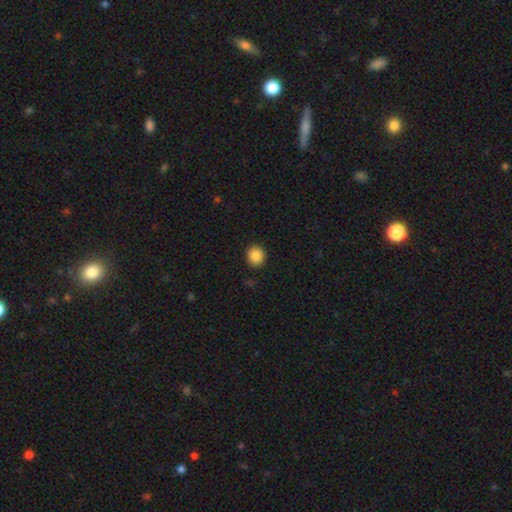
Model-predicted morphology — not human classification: A smooth galaxy with no disk features (88%) that is round (85%). Merging: none (90%).